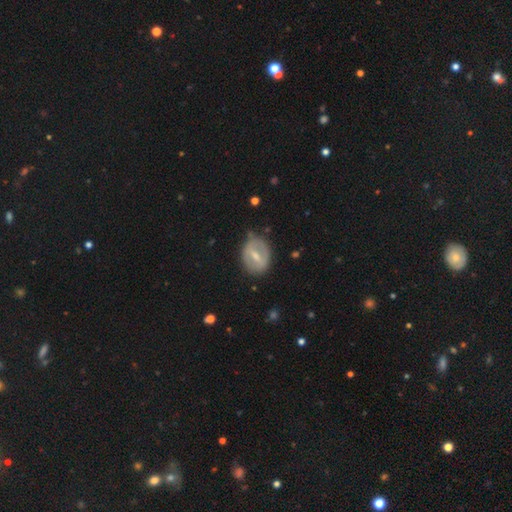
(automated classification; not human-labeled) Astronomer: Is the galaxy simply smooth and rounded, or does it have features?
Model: featured or disk — 59% (runner-up: smooth, 35%).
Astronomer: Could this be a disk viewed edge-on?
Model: no — 93%.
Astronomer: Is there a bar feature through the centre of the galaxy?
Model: strong — 46% (runner-up: weak, 41%).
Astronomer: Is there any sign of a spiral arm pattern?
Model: no — 64%.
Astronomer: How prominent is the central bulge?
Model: moderate — 52% (runner-up: small, 40%).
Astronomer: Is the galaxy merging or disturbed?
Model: none — 69%.